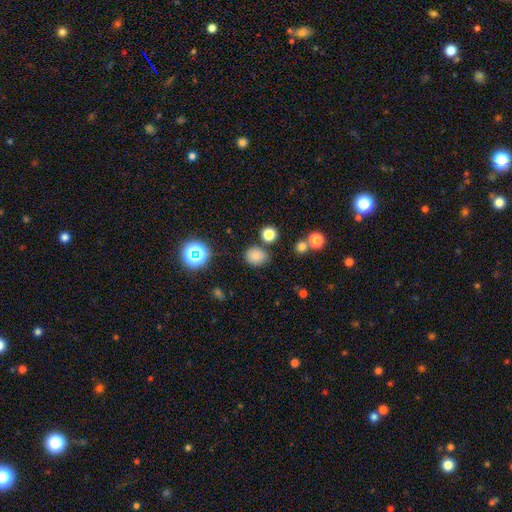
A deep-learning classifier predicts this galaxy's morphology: Smooth or featured?
  - smooth: 78% *
  - star or artifact: 16%
  - featured or disk: 6%
How rounded?
  - round: 62% *
  - in between: 37%
  - cigar-shaped: 1%
Merging?
  - none: 77% *
  - minor disturbance: 14%
  - merger: 6%
  - major disturbance: 4%